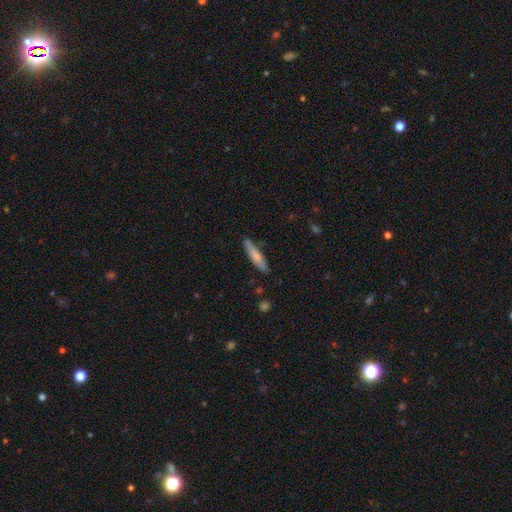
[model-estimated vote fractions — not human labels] This is likely a smooth galaxy (73%). How rounded: clearly cigar-shaped (86%). Merging: likely none (79%).